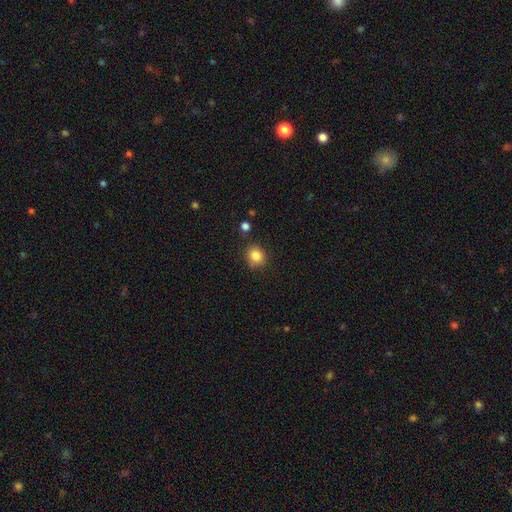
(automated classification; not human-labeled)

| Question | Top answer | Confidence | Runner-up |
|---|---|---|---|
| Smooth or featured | smooth | 84% | star or artifact (11%) |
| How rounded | round | 75% | in between (24%) |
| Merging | none | 83% | minor disturbance (11%) |